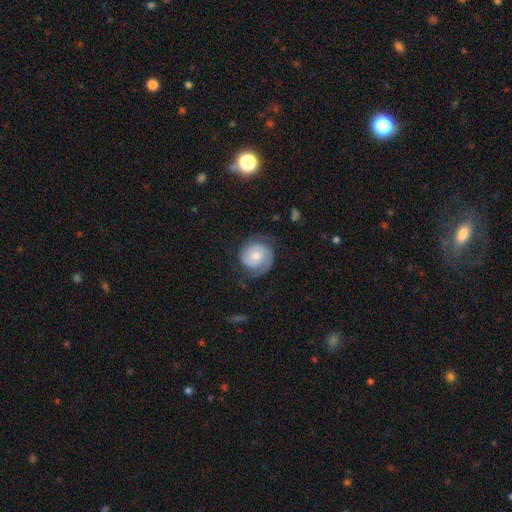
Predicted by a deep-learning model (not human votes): smooth_or_featured: featured or disk (p=0.71) [alt: smooth p=0.23]
disk_edge_on: no (p=0.98) [alt: yes p=0.02]
bar: no (p=0.71) [alt: weak p=0.24]
has_spiral_arms: yes (p=0.93) [alt: no p=0.07]
spiral_winding: tight (p=0.55) [alt: medium p=0.34]
spiral_arm_count: 2 (p=0.74) [alt: 1 p=0.10]
bulge_size: moderate (p=0.53) [alt: small p=0.39]
merging: none (p=0.71) [alt: minor disturbance p=0.18]